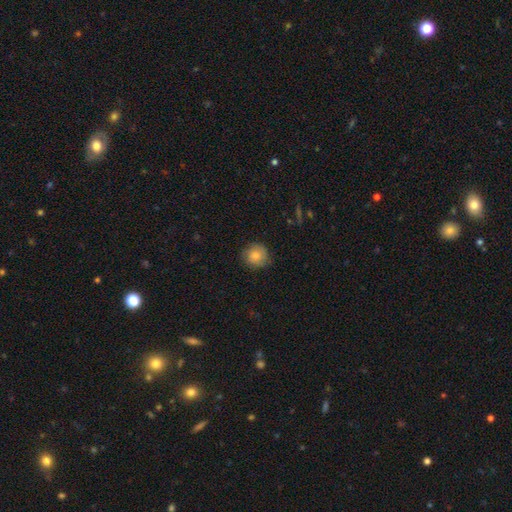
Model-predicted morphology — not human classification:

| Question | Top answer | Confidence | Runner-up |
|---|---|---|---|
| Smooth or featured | smooth | 82% | featured or disk (9%) |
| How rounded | round | 92% | in between (7%) |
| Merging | none | 83% | minor disturbance (13%) |